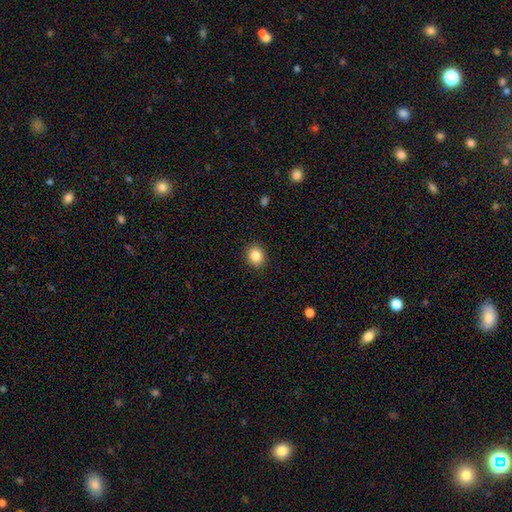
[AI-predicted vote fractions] smooth-or-featured: smooth: 85% | star or artifact: 10% | featured or disk: 5%
  how-rounded: round: 72% | in between: 28% | cigar-shaped: 1%
  merging: none: 90% | minor disturbance: 7% | major disturbance: 2% | merger: 1%